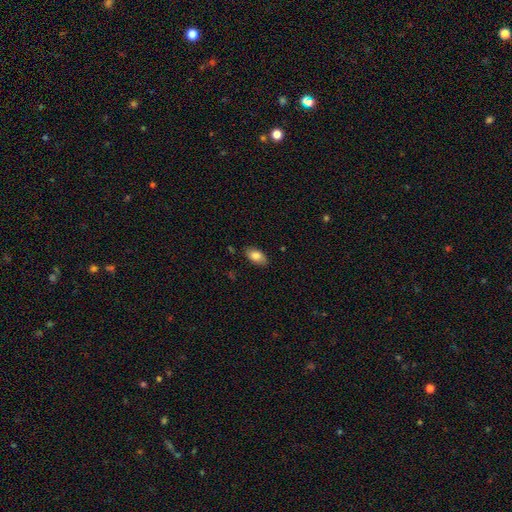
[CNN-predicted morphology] A smooth galaxy with no disk features (83%) that is in between round and cigar-shaped (92%). Merging: none (81%).